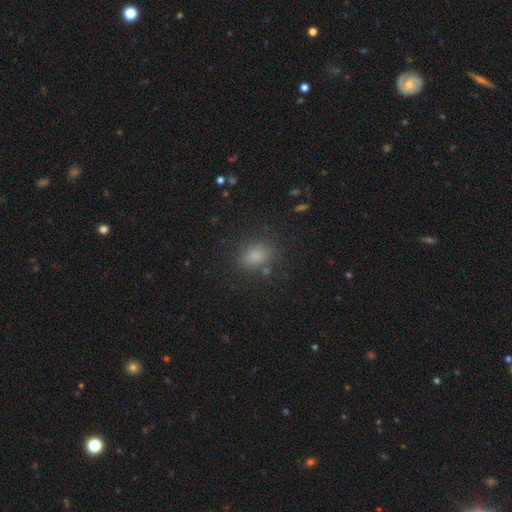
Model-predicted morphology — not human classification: smooth-or-featured: smooth: 80% | star or artifact: 14% | featured or disk: 6%
  how-rounded: in between: 64% | round: 34% | cigar-shaped: 2%
  merging: none: 81% | minor disturbance: 11% | major disturbance: 5% | merger: 3%